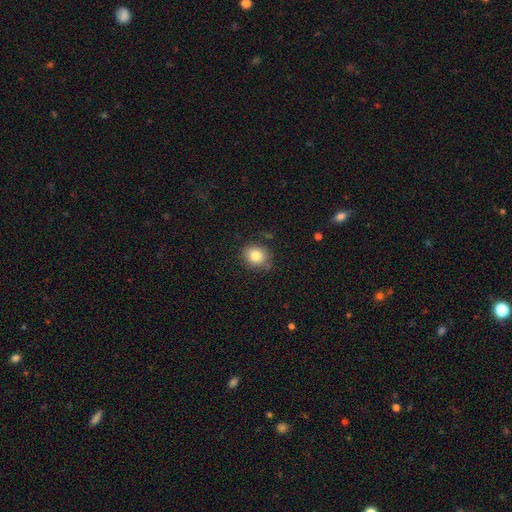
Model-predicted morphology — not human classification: Q: Smooth or featured?
A: smooth (82%); runner-up: star or artifact (10%)
Q: How rounded?
A: round (72%); runner-up: in between (27%)
Q: Merging?
A: none (83%); runner-up: minor disturbance (12%)